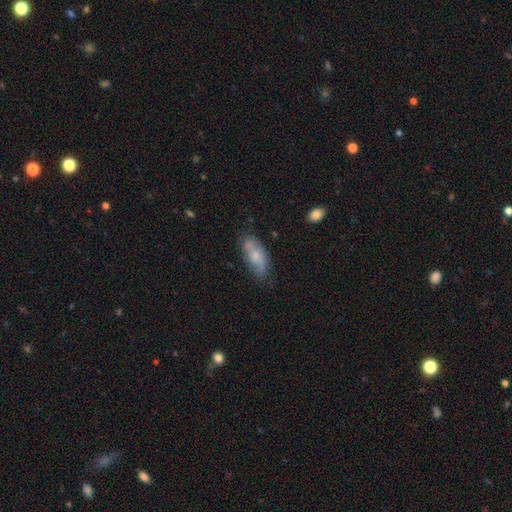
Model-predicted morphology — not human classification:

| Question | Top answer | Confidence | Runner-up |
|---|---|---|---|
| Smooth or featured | smooth | 58% | featured or disk (35%) |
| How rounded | in between | 77% | cigar-shaped (20%) |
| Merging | none | 65% | minor disturbance (25%) |